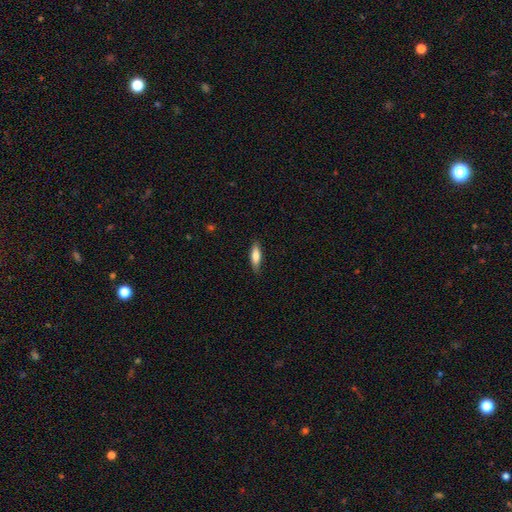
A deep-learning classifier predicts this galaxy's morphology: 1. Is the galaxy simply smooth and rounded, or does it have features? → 75% smooth, 19% featured or disk, 6% star or artifact.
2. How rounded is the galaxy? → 53% cigar-shaped, 45% in between, 2% round.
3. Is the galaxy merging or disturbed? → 82% none, 14% minor disturbance, 2% major disturbance, 1% merger.